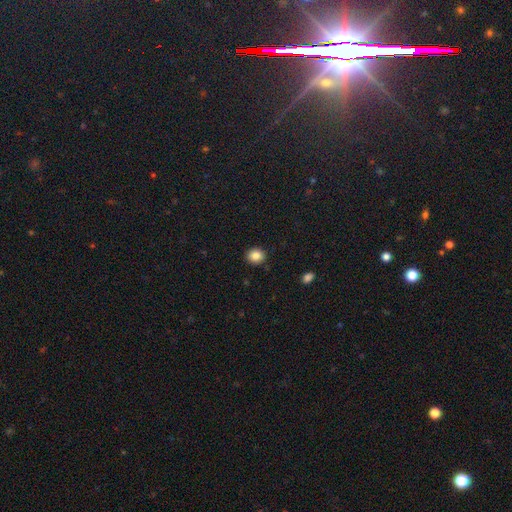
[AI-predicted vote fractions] Smooth or featured?
  - smooth: 85% *
  - star or artifact: 10%
  - featured or disk: 5%
How rounded?
  - round: 80% *
  - in between: 19%
  - cigar-shaped: 1%
Merging?
  - none: 91% *
  - minor disturbance: 7%
  - major disturbance: 2%
  - merger: 1%